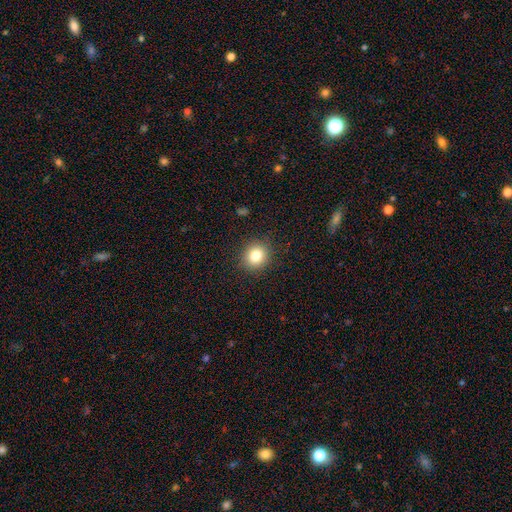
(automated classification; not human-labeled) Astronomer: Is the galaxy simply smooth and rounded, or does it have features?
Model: smooth — 82%.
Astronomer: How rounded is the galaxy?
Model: round — 81%.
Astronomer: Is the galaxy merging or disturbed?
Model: none — 89%.